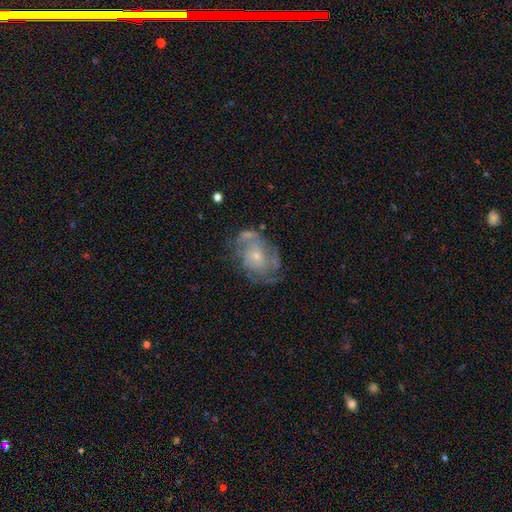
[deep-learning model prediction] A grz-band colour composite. It shows a featured or disk galaxy (77%) with no bar (76%), tight (47%) spiral arms (84%) and a small central bulge (69%). Merging: none (59%).